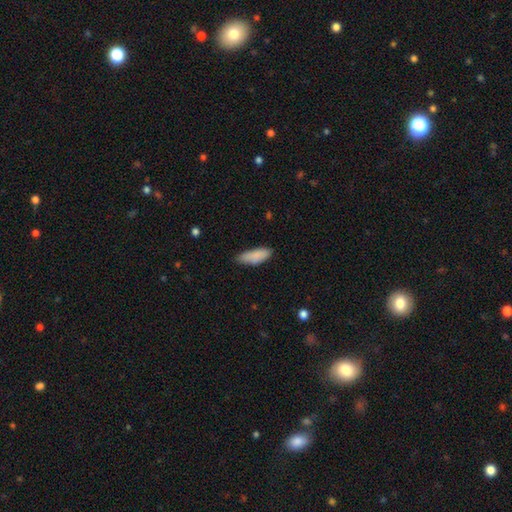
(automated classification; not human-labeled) Smooth or featured? smooth (86%)
How rounded? in between (70%)
Merging? none (71%)